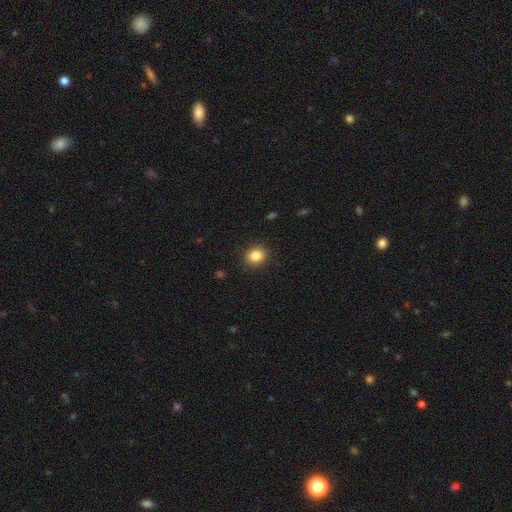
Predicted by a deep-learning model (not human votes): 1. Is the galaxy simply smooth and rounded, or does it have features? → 85% smooth, 10% star or artifact, 5% featured or disk.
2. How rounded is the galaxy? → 63% round, 36% in between, 1% cigar-shaped.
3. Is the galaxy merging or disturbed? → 89% none, 8% minor disturbance, 2% major disturbance, 1% merger.